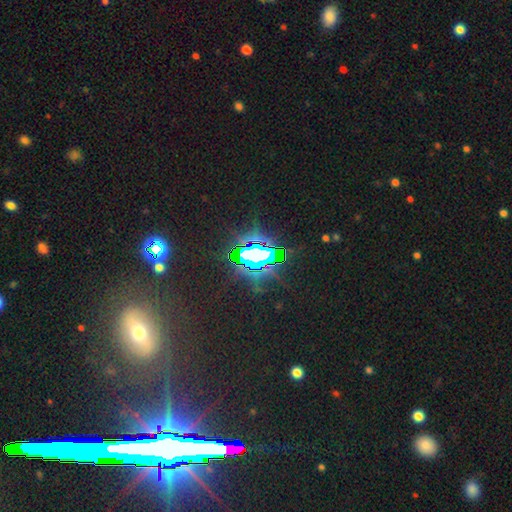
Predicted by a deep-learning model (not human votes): Overall: star or artifact (79%).